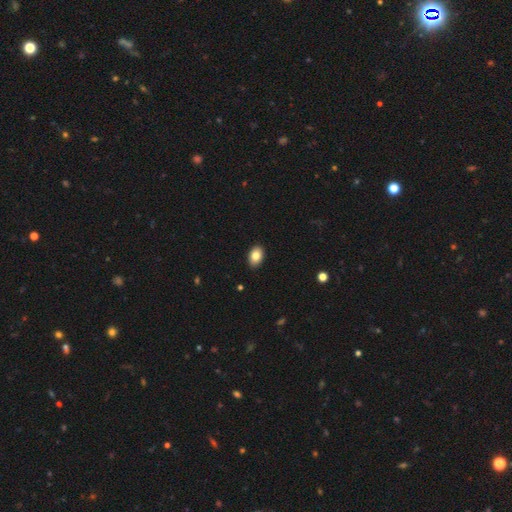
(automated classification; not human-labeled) Smooth or featured? smooth (83%)
How rounded? in between (85%)
Merging? none (90%)